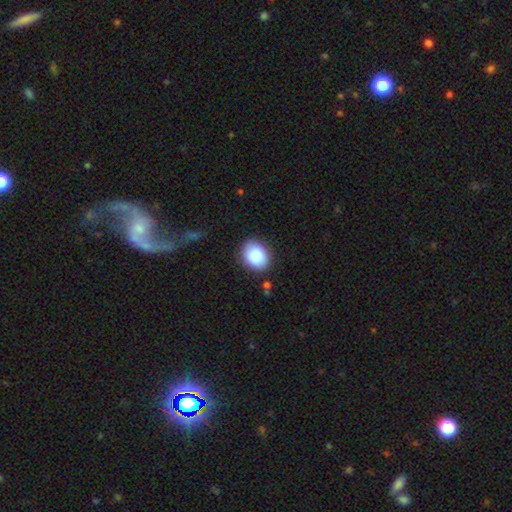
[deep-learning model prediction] Smooth or featured?
  - smooth: 87% *
  - star or artifact: 7%
  - featured or disk: 6%
How rounded?
  - in between: 54% *
  - round: 45%
  - cigar-shaped: 1%
Merging?
  - none: 86% *
  - minor disturbance: 10%
  - major disturbance: 3%
  - merger: 2%